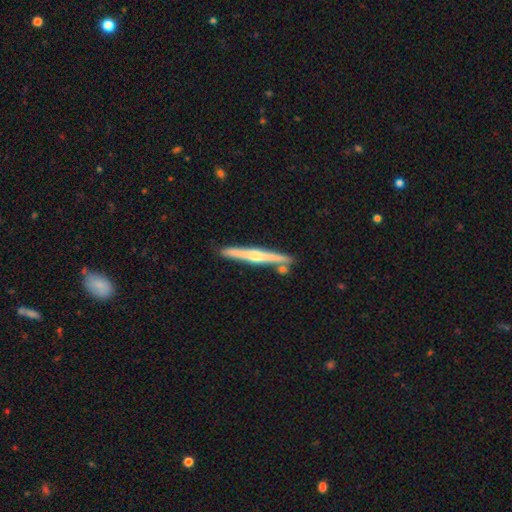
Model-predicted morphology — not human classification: Q: Smooth or featured?
A: featured or disk (68%); runner-up: smooth (27%)
Q: Edge-on disk?
A: yes (98%); runner-up: no (2%)
Q: Edge-on bulge?
A: rounded (83%); runner-up: none (12%)
Q: Merging?
A: none (83%); runner-up: minor disturbance (9%)